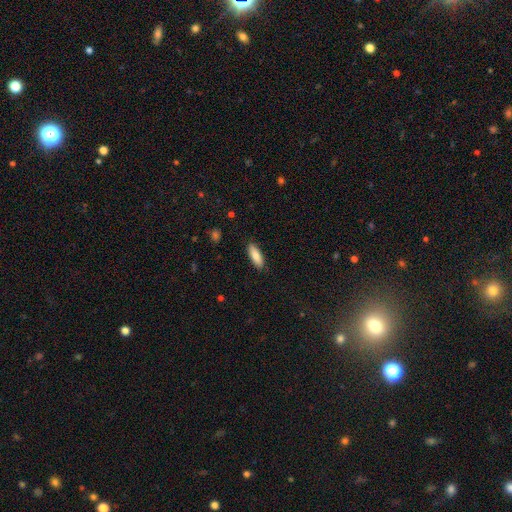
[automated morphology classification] Smooth or featured? smooth (83%)
How rounded? in between (63%)
Merging? none (89%)